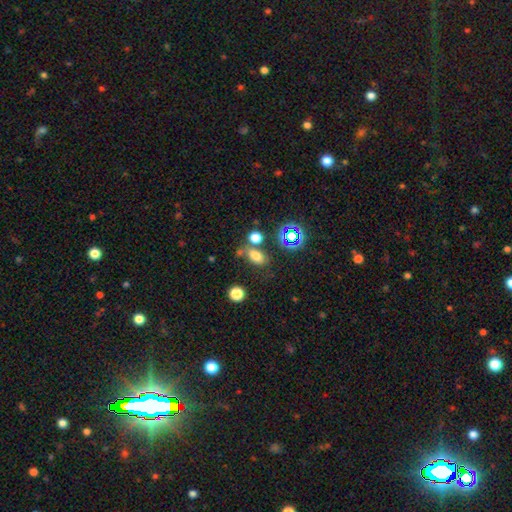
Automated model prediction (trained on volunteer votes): This is likely a smooth galaxy (70%). How rounded: likely in between (79%). Merging: likely none (60%).